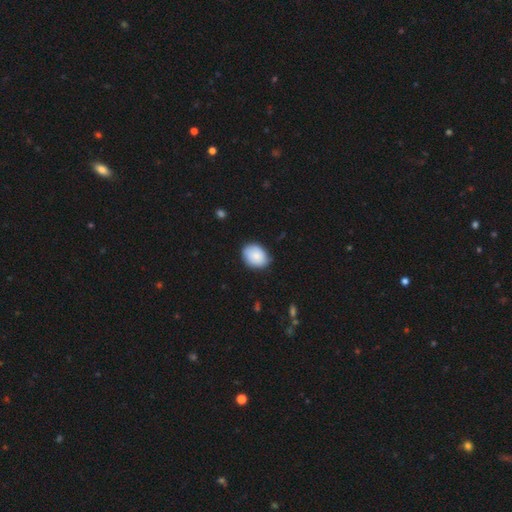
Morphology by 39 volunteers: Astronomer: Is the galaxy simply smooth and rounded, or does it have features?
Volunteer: smooth — 85%.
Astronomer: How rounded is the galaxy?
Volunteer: in between — 70%.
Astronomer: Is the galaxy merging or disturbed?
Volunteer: none — 91%.